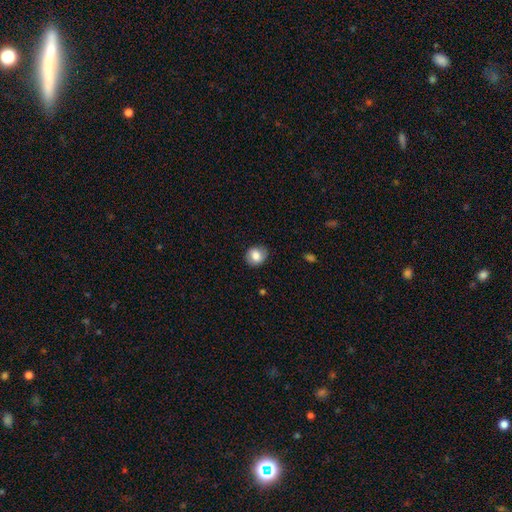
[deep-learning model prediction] Smooth or featured? Predicted: smooth (p=0.78). How rounded? Predicted: round (p=0.72). Merging? Predicted: none (p=0.82).